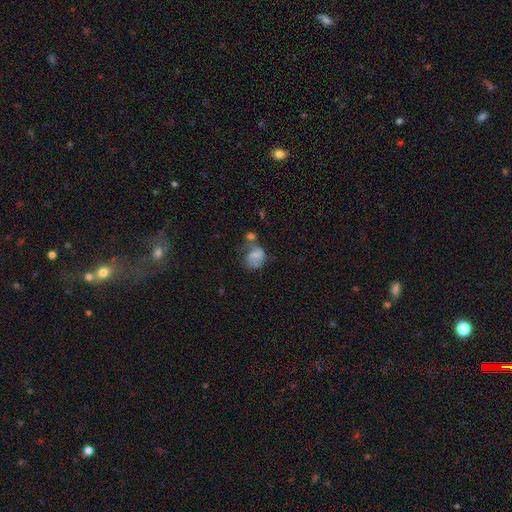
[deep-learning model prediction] Smooth or featured? Predicted: smooth (p=0.55). How rounded? Predicted: round (p=0.55). Merging? Predicted: none (p=0.32).